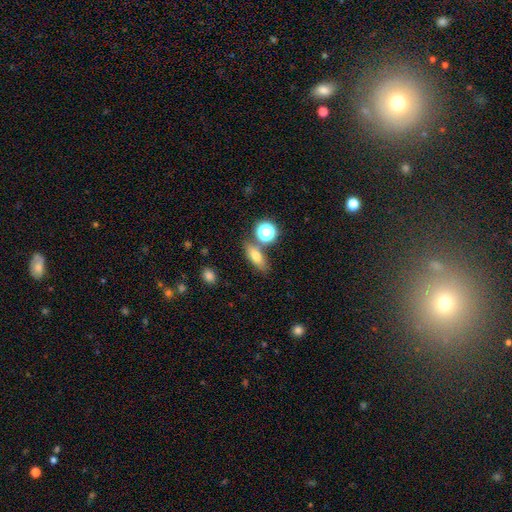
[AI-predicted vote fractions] This appears to be a smooth galaxy with no disk features (69%) that is in between round and cigar-shaped (61%). Merging: none (72%).